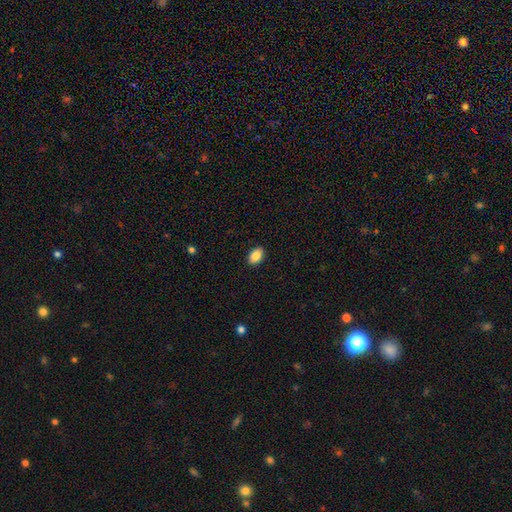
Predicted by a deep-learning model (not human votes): Overall: smooth (87%). How rounded: in between (87%). Merging: none (90%).